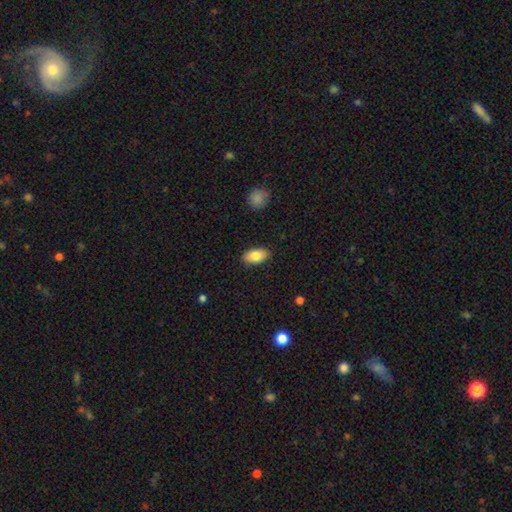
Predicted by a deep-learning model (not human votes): Smooth or featured? smooth (83%)
How rounded? in between (93%)
Merging? none (87%)